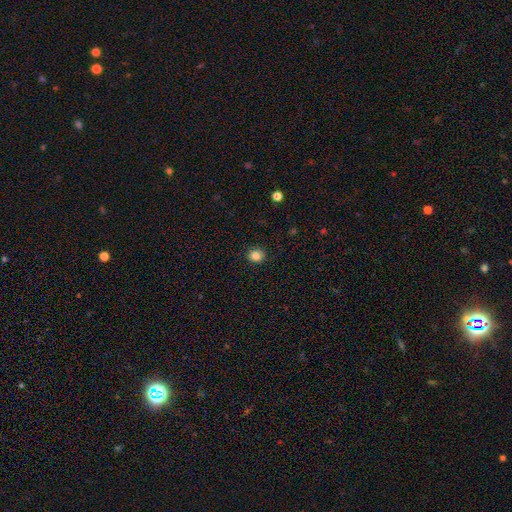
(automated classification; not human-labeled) This is clearly a smooth galaxy (85%). How rounded: clearly round (86%). Merging: clearly none (90%).